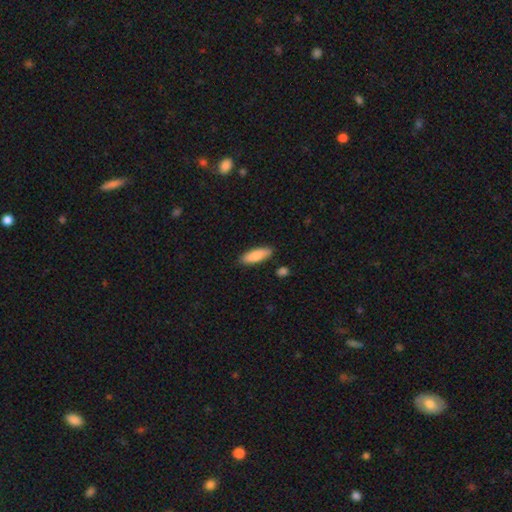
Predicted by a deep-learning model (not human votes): smooth-or-featured: smooth: 83% | featured or disk: 11% | star or artifact: 6%
  how-rounded: in between: 61% | cigar-shaped: 37% | round: 2%
  merging: none: 84% | minor disturbance: 11% | merger: 3% | major disturbance: 2%